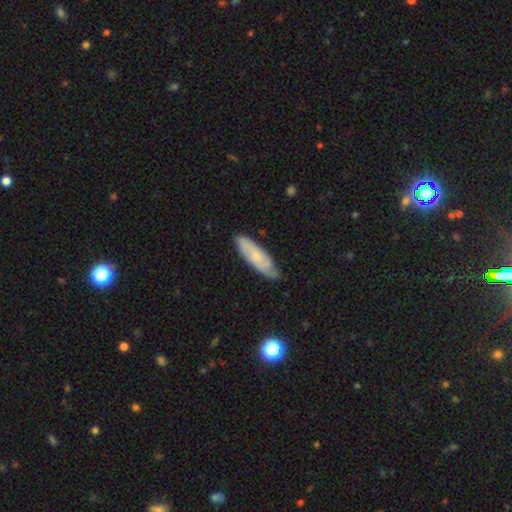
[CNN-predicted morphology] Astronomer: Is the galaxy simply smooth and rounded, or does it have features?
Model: smooth — 53% (runner-up: featured or disk, 40%).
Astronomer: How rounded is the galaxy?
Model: cigar-shaped — 51% (runner-up: in between, 48%).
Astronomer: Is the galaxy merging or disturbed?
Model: none — 77%.